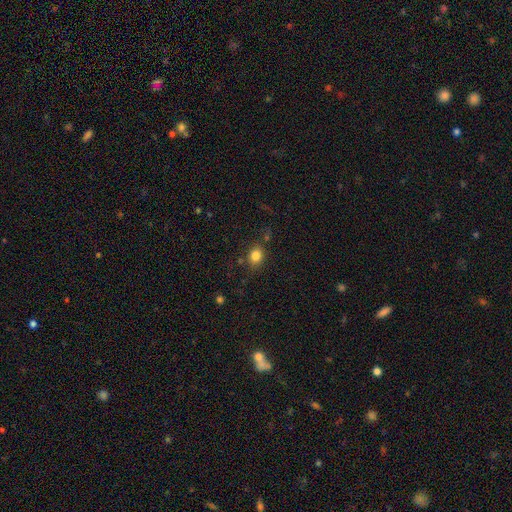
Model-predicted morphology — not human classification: A smooth galaxy with no disk features (82%) that is round (57%). Merging: none (77%).